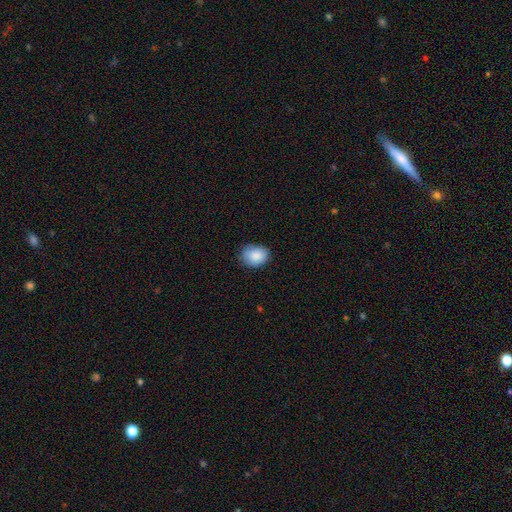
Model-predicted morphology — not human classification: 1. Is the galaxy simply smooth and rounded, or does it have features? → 88% smooth, 7% star or artifact, 5% featured or disk.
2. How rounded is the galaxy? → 61% in between, 38% round, 1% cigar-shaped.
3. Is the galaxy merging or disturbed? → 79% none, 17% minor disturbance, 3% major disturbance, 1% merger.